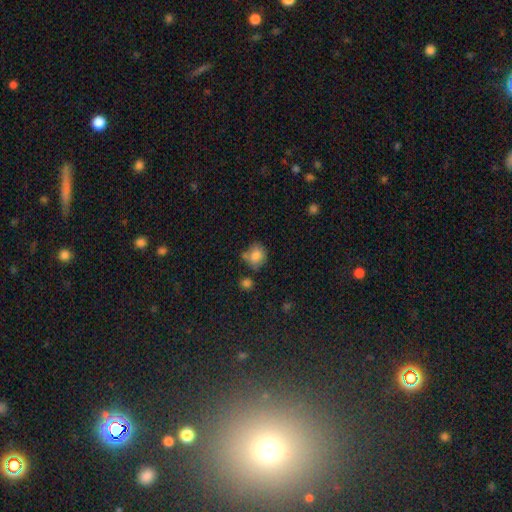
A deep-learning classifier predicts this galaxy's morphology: type=smooth (80%); roundness=round (70%); merging=none (56%).